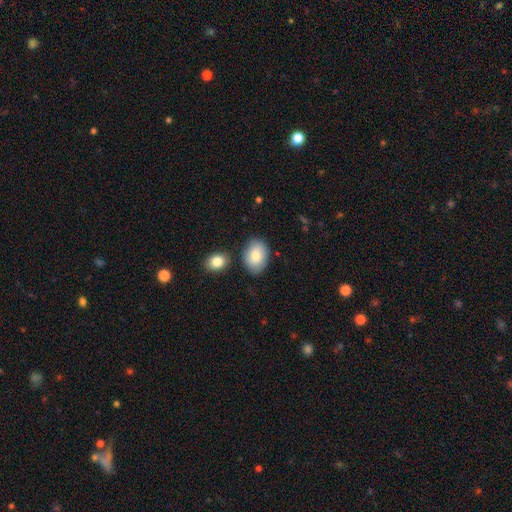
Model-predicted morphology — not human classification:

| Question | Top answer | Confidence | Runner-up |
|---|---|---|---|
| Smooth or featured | smooth | 80% | featured or disk (14%) |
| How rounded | in between | 78% | round (21%) |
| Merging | none | 78% | minor disturbance (14%) |